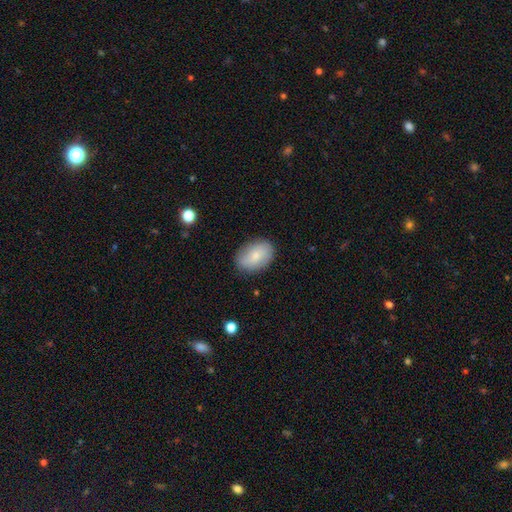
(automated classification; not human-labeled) smooth-or-featured: smooth: 76% | featured or disk: 18% | star or artifact: 7%
  how-rounded: in between: 85% | round: 14% | cigar-shaped: 1%
  merging: none: 83% | minor disturbance: 13% | major disturbance: 3% | merger: 1%